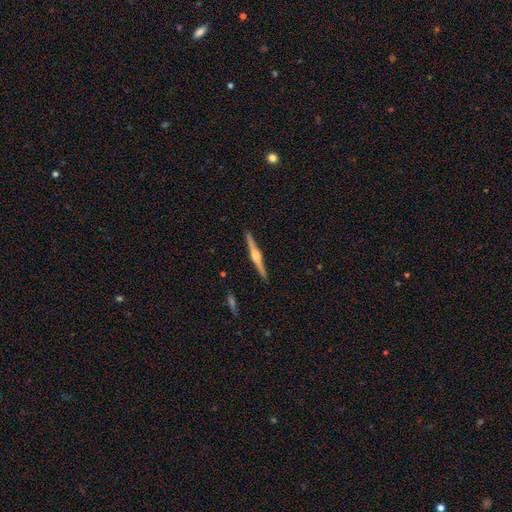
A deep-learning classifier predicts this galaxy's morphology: Overall: featured or disk (80%). Edge-on disk: yes (99%). Edge-on bulge: rounded (87%). Merging: none (92%).